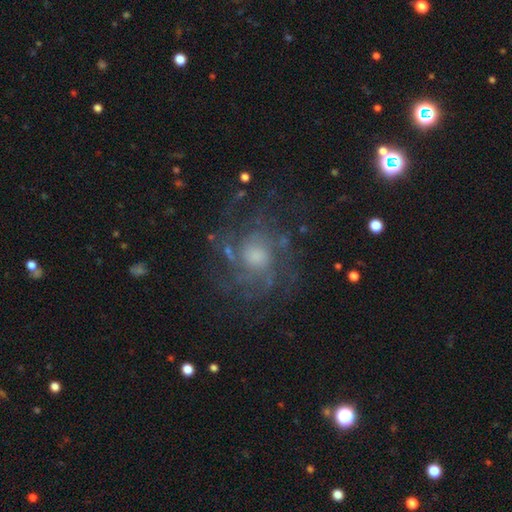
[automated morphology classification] The model was most divided on "spiral winding": tight: 45%, medium: 39%, loose: 16%. Remaining: edge-on disk — no (97%); spiral arms — yes (90%); bar — no (76%); smooth or featured — featured or disk (76%); merging — none (67%); bulge size — moderate (49%); spiral arm count — can't tell (37%).